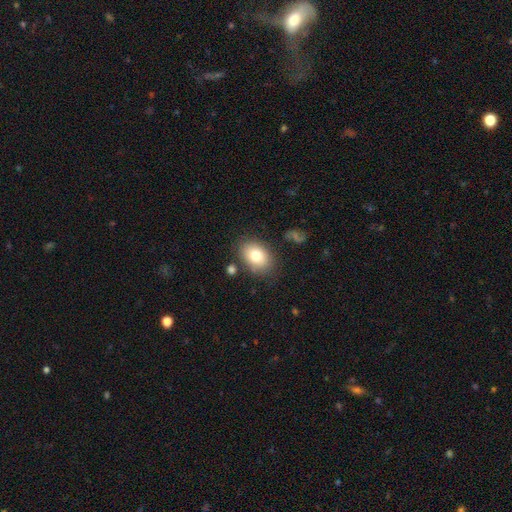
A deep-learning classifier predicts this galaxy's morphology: A smooth galaxy with no disk features (78%) that is in between round and cigar-shaped (77%). Merging: none (80%).